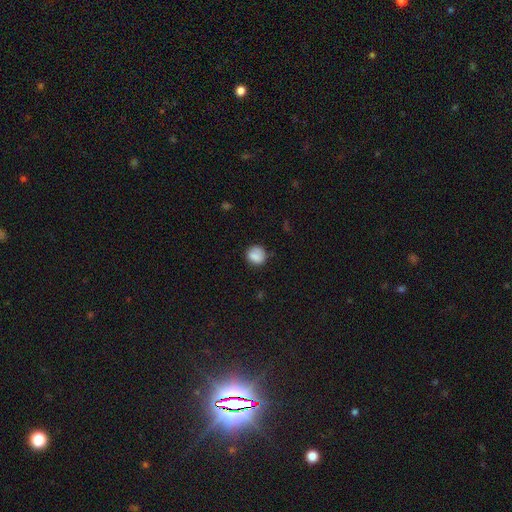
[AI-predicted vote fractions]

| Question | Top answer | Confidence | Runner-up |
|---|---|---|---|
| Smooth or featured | smooth | 84% | star or artifact (9%) |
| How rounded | round | 81% | in between (18%) |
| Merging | none | 74% | minor disturbance (19%) |